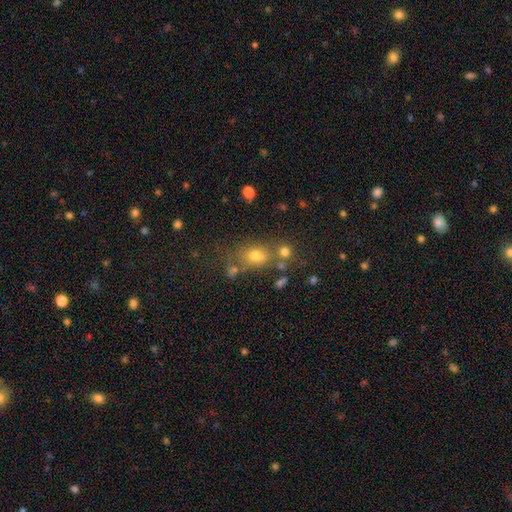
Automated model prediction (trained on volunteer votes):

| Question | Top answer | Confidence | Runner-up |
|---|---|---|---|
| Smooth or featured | smooth | 66% | star or artifact (20%) |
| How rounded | in between | 52% | round (46%) |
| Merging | none | 56% | merger (22%) |